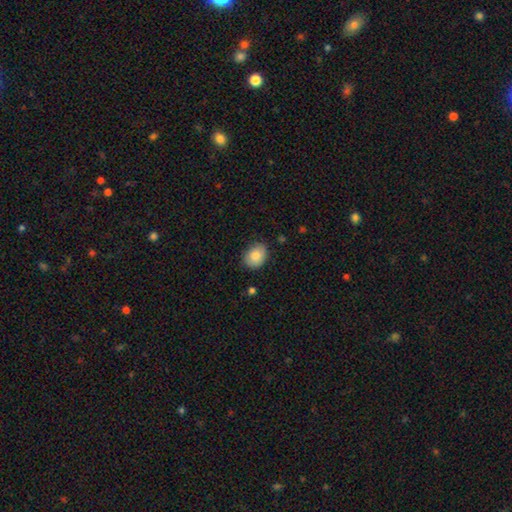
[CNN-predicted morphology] type=smooth (85%); roundness=in between (65%); merging=none (80%).